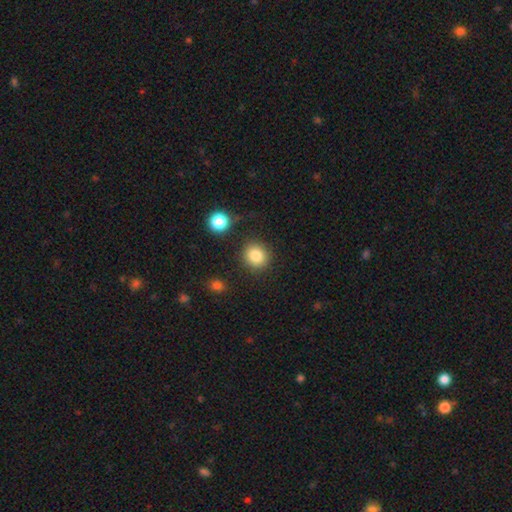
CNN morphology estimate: Smooth or featured? smooth (84%)
How rounded? round (86%)
Merging? none (84%)